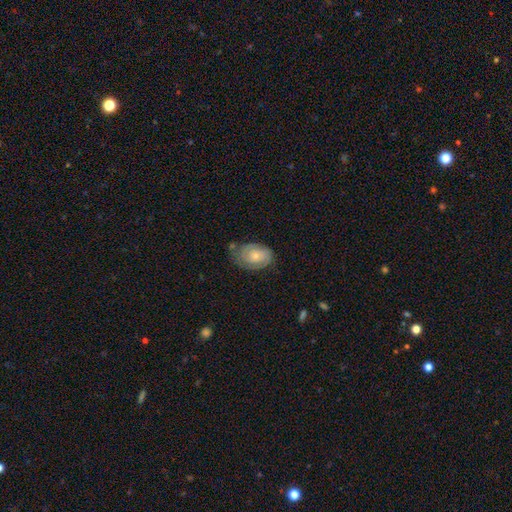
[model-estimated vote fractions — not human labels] Smooth or featured?
  - featured or disk: 47% *
  - smooth: 46%
  - star or artifact: 7%
Merging?
  - none: 55% *
  - minor disturbance: 30%
  - major disturbance: 11%
  - merger: 4%